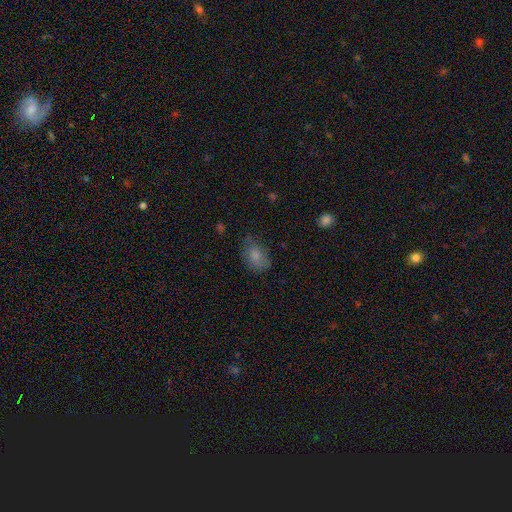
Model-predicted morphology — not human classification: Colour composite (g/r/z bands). It shows a smooth galaxy with no disk features (78%) that is in between round and cigar-shaped (76%). Merging: none (58%).